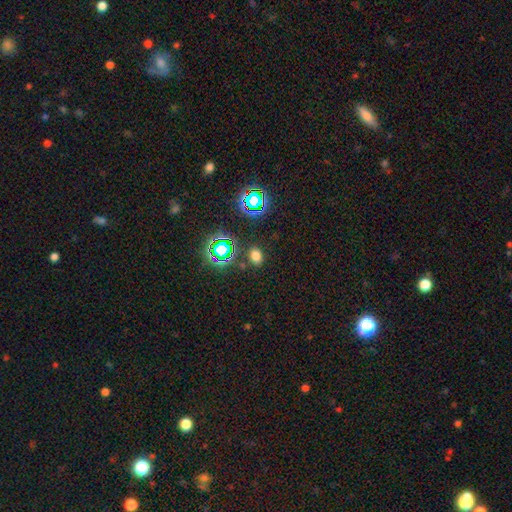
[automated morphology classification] Smooth or featured: smooth — 66% (star or artifact — 28%)
How rounded: in between — 68% (round — 31%)
Merging: none — 84% (minor disturbance — 9%)